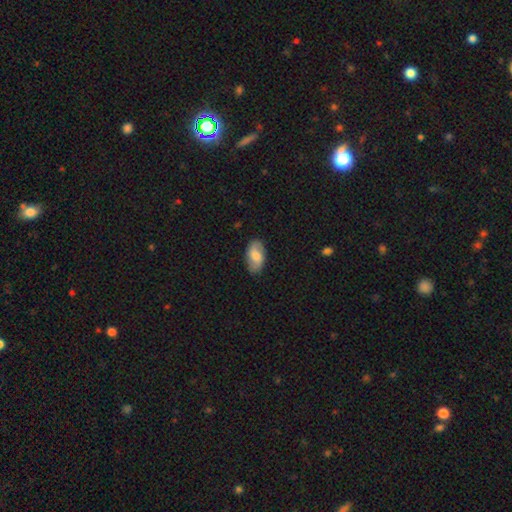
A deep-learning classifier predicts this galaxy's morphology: Smooth or featured: smooth — 59% (featured or disk — 35%)
How rounded: in between — 93% (round — 4%)
Merging: none — 82% (minor disturbance — 14%)